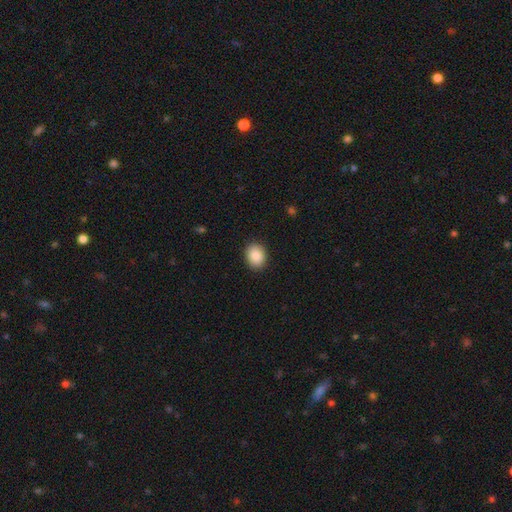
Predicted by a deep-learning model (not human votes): Smooth or featured? smooth (89%)
How rounded? in between (54%)
Merging? none (89%)